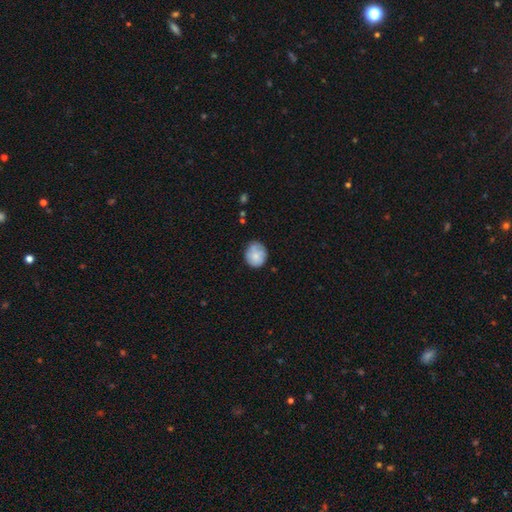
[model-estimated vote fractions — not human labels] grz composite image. It shows a smooth galaxy with no disk features (75%) that is round (73%). Merging: none (69%).